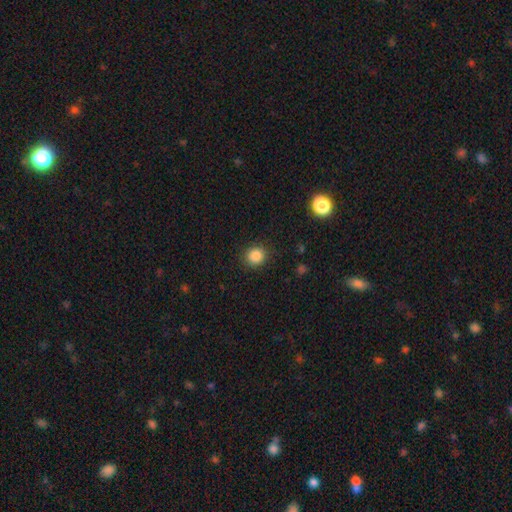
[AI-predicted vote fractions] Q: Smooth or featured?
A: smooth (85%); runner-up: star or artifact (11%)
Q: How rounded?
A: round (84%); runner-up: in between (15%)
Q: Merging?
A: none (88%); runner-up: minor disturbance (8%)